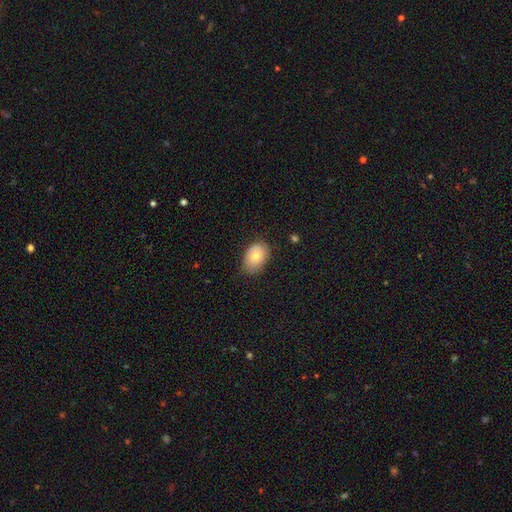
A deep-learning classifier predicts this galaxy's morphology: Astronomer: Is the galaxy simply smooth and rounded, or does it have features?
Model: smooth — 75%.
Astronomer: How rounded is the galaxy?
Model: in between — 81%.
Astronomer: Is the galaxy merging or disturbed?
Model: none — 75%.